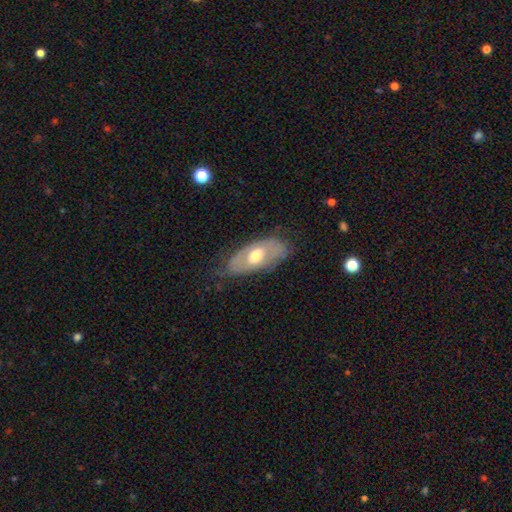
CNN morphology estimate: A featured or disk galaxy (53%).

Vote fractions:
- Smooth or featured? featured or disk: 53% / smooth: 41% / star or artifact: 6%
- Edge-on disk? no: 83% / yes: 17%
- Merging? none: 63% / minor disturbance: 26% / major disturbance: 9% / merger: 1%